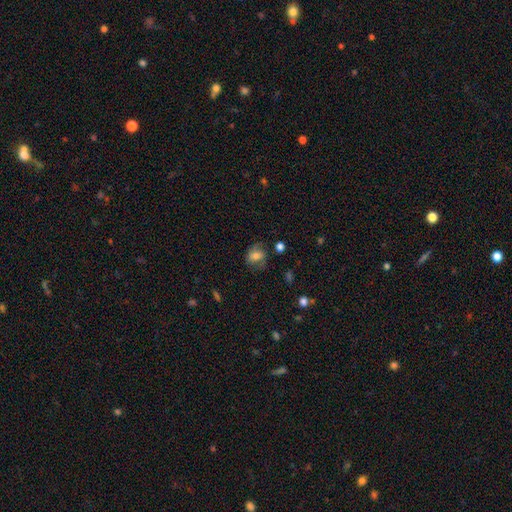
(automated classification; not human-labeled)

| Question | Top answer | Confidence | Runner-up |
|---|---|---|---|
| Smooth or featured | smooth | 60% | featured or disk (30%) |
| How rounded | round | 50% | in between (48%) |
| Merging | none | 63% | minor disturbance (22%) |